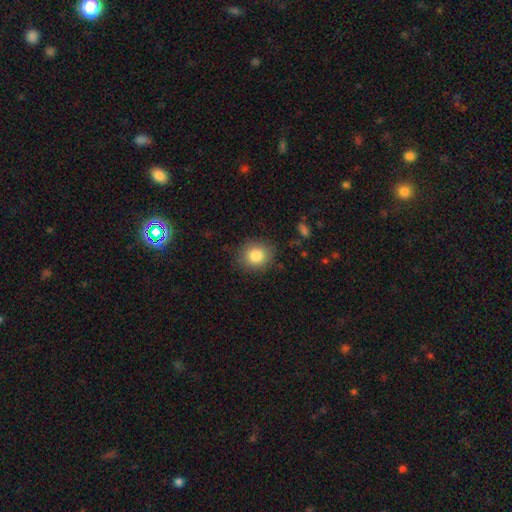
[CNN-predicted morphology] The model was most divided on "how rounded": round: 77%, in between: 22%, cigar-shaped: 1%. More confident: smooth or featured — smooth (85%); merging — none (84%).